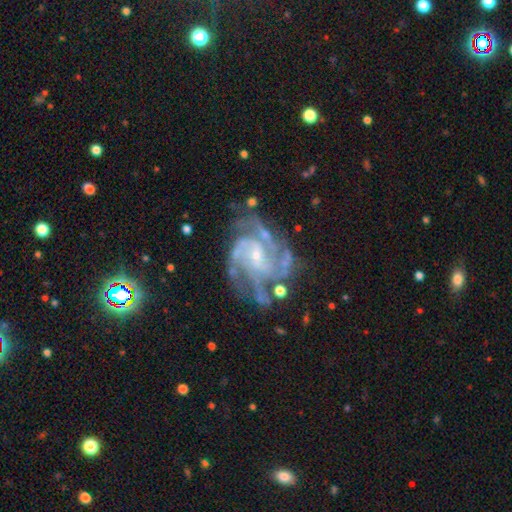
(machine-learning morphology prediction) smooth-or-featured: featured or disk: 91% | star or artifact: 5% | smooth: 3%
  disk-edge-on: no: 98% | yes: 2%
    bar: no: 55% | weak: 35% | strong: 10%
    has-spiral-arms: yes: 98% | no: 2%
      spiral-winding: tight: 46% (tied) | medium: 46% (tied) | loose: 8%
      spiral-arm-count: 3: 32% | 4: 27% | 2: 15% | can't tell: 13% | more than 4: 7% | 1: 6%
    bulge-size: small: 74% | moderate: 20% | none: 4% | large: 1% | dominant: 1%
  merging: none: 63% | minor disturbance: 20% | major disturbance: 14% | merger: 3%